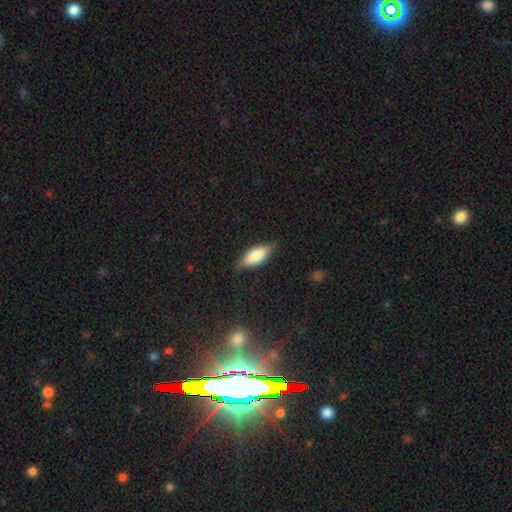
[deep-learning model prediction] smooth-or-featured: smooth: 70% | featured or disk: 23% | star or artifact: 7%
  how-rounded: in between: 70% | cigar-shaped: 28% | round: 2%
  merging: none: 80% | minor disturbance: 15% | major disturbance: 3% | merger: 1%